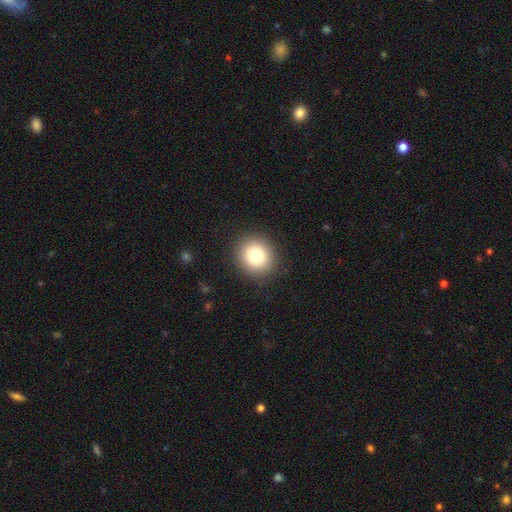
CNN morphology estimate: A smooth galaxy with no disk features (81%) that is round (87%). Merging: none (90%).